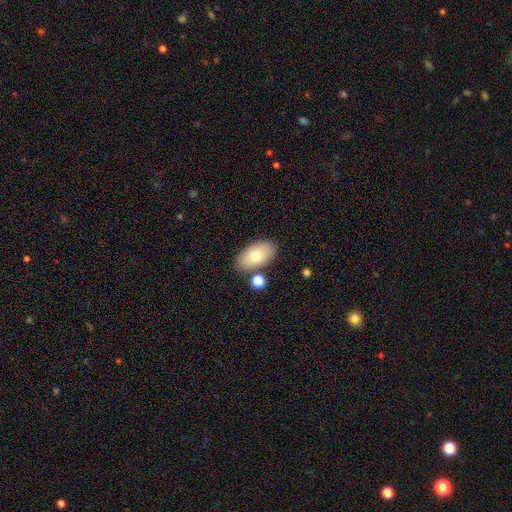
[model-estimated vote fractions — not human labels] Smooth or featured? smooth (74%)
How rounded? in between (93%)
Merging? none (79%)